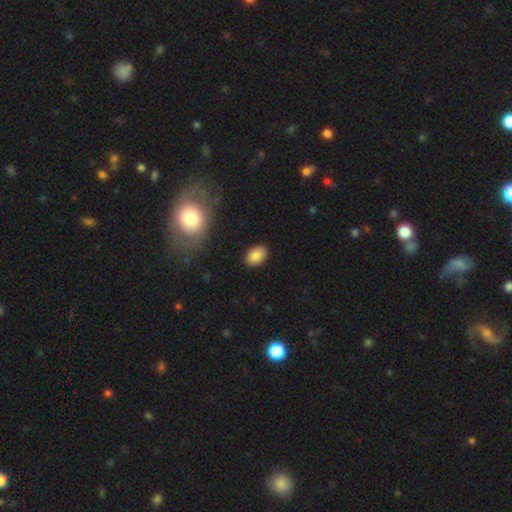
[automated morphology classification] Smooth or featured?
  - smooth: 85% *
  - star or artifact: 9%
  - featured or disk: 7%
How rounded?
  - in between: 84% *
  - round: 15%
  - cigar-shaped: 1%
Merging?
  - none: 88% *
  - minor disturbance: 9%
  - major disturbance: 2%
  - merger: 1%